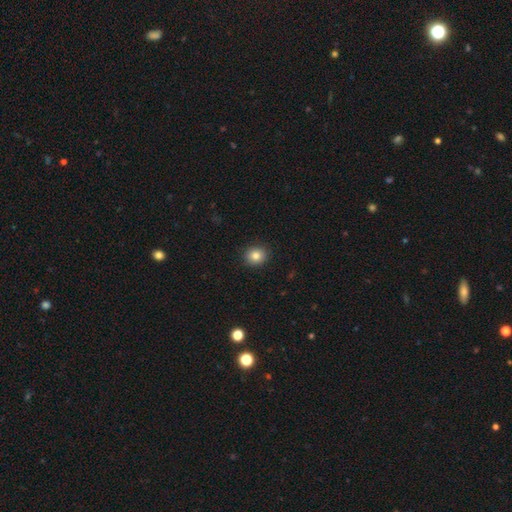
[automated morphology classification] Q: Smooth or featured?
A: smooth (83%); runner-up: star or artifact (10%)
Q: How rounded?
A: round (78%); runner-up: in between (21%)
Q: Merging?
A: none (90%); runner-up: minor disturbance (7%)